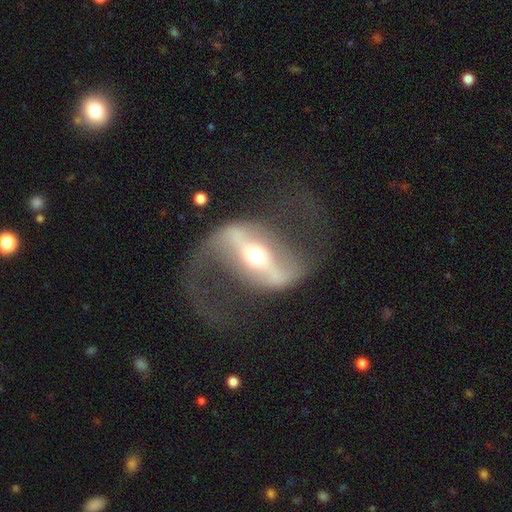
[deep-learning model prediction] featured or disk 88%, smooth 7%, star or artifact 5%. Down the decision tree: edge-on disk — no (88%); bar — strong (79%); spiral arms — yes (79%); spiral arm count — 2 (90%); spiral winding — loose (59%); bulge size — moderate (59%); merging — none (58%).